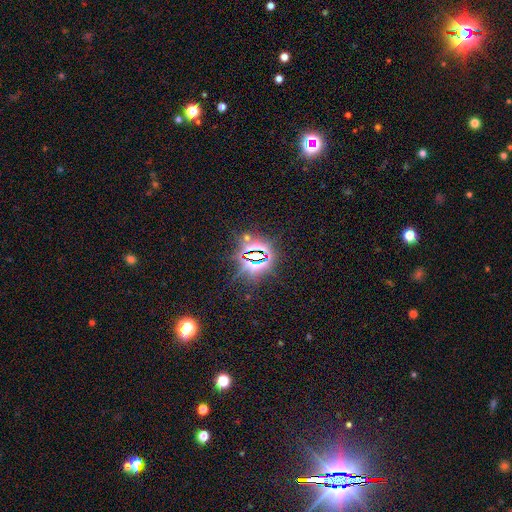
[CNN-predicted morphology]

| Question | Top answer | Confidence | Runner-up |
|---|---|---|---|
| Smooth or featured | star or artifact | 81% | smooth (11%) |